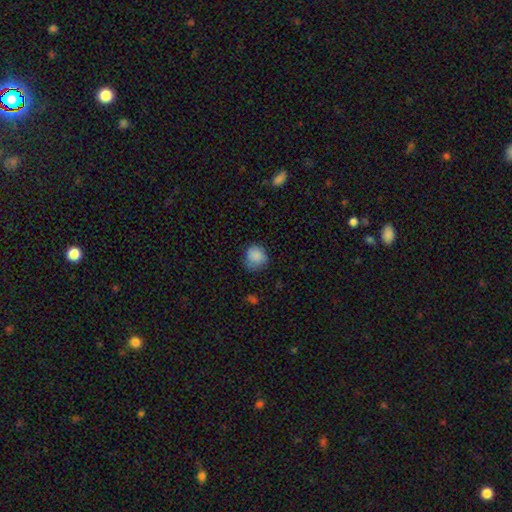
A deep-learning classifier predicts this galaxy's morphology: The model was most divided on "merging": none: 64%, minor disturbance: 27%, major disturbance: 7%, merger: 1%. More confident: smooth or featured — smooth (86%); how rounded — round (81%).